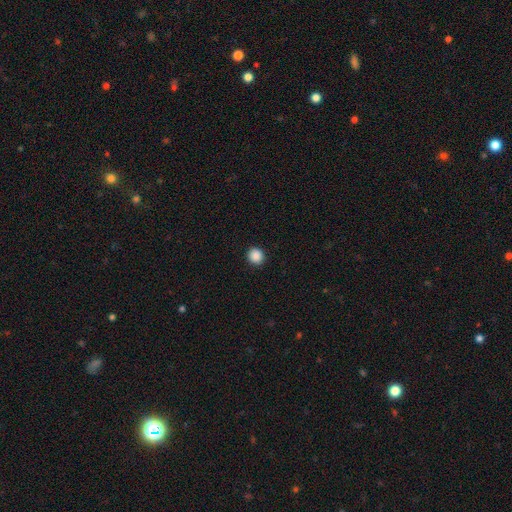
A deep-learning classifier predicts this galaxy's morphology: This appears to be a smooth galaxy with no disk features (89%) that is round (88%). Merging: none (92%).